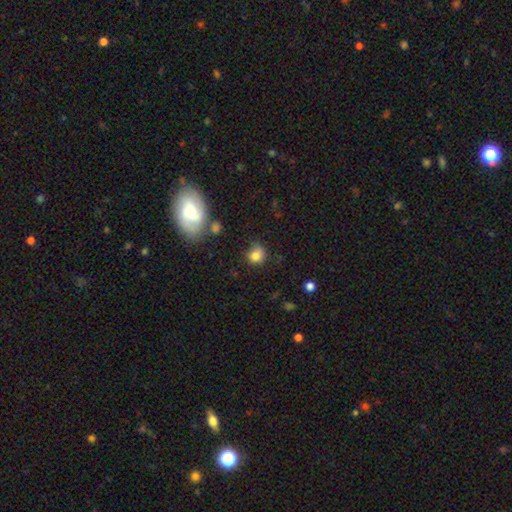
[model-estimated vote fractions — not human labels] Overall: smooth (80%). How rounded: round (75%). Merging: none (53%; minor disturbance 29%).